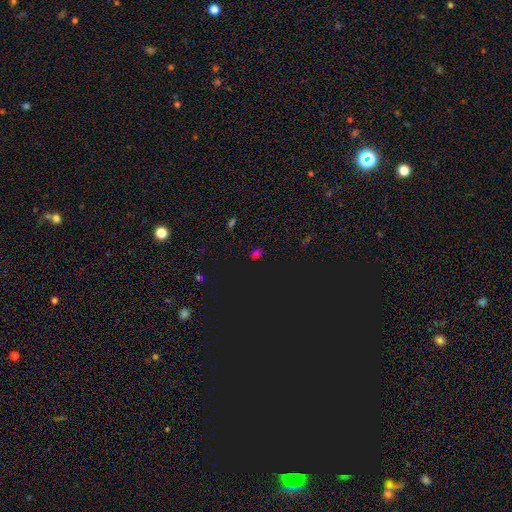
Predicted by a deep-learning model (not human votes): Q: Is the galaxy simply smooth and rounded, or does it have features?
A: star or artifact — 55%.